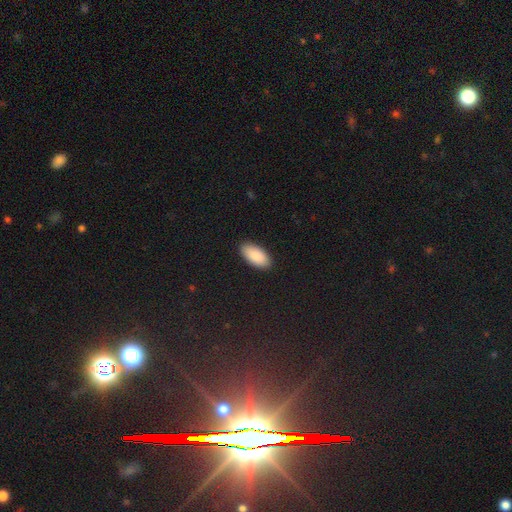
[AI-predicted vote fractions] Smooth or featured? smooth (90%)
How rounded? in between (94%)
Merging? none (89%)